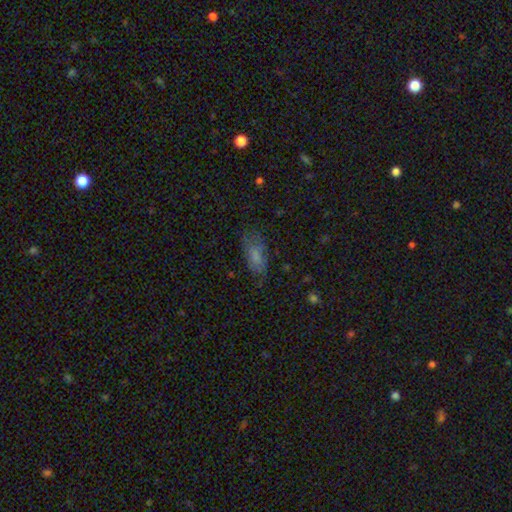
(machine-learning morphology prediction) smooth 75%, featured or disk 15%, star or artifact 10%. Down the decision tree: how rounded — in between (83%); merging — none (65%).